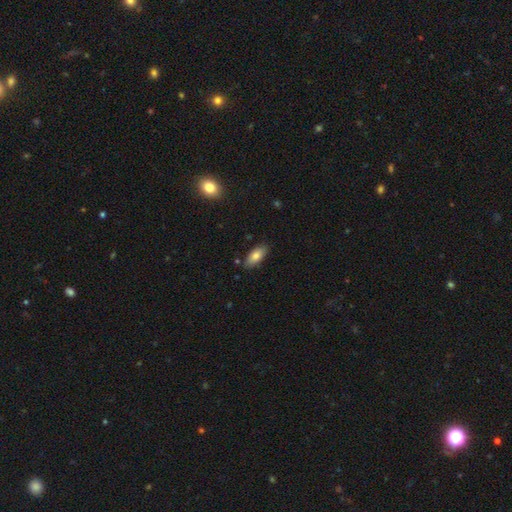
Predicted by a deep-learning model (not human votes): This is clearly a smooth galaxy (81%). How rounded: clearly in between (87%). Merging: clearly none (83%).